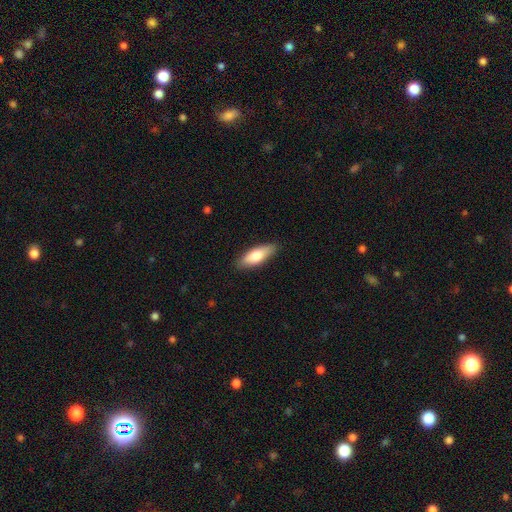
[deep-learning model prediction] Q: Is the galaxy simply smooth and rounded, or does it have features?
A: smooth — 74%.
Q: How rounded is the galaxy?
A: in between — 63%.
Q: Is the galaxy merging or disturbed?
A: none — 87%.